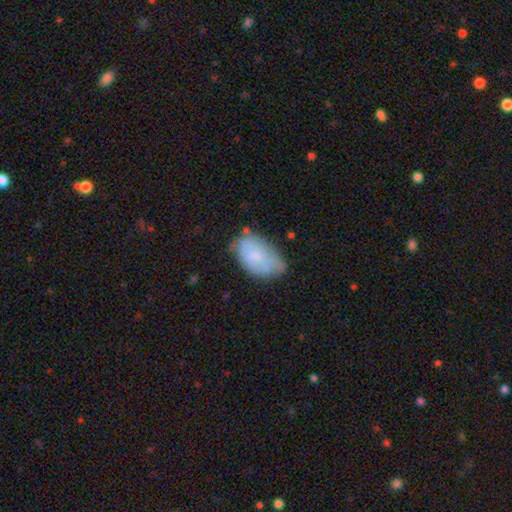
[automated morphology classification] type=smooth (64%); roundness=in between (93%); merging=none (50%).